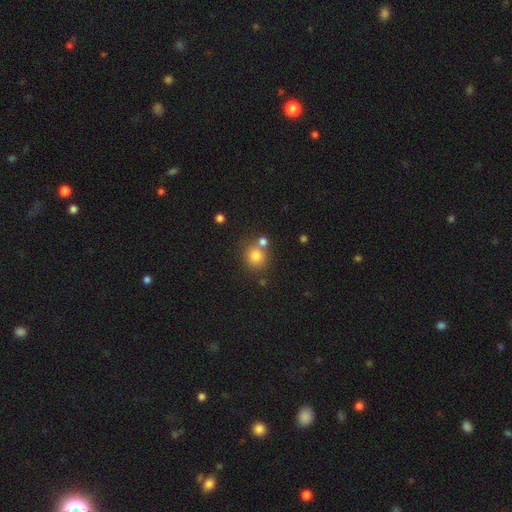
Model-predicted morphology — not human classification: A smooth galaxy with no disk features (80%) that is round (85%). Merging: none (64%).